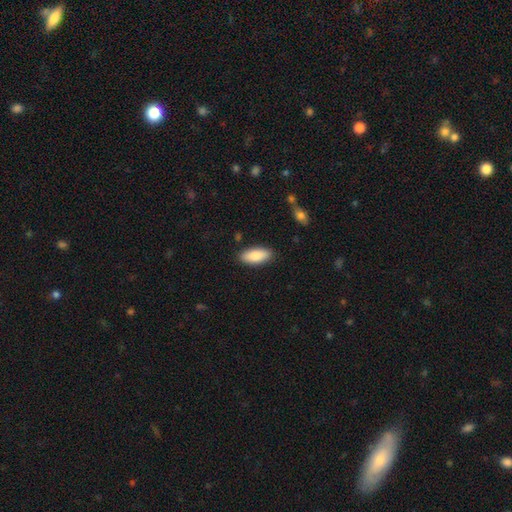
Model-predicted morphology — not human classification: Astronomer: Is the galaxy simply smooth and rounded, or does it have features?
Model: smooth — 84%.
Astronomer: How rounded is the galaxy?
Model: in between — 84%.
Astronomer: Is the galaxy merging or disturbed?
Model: none — 87%.